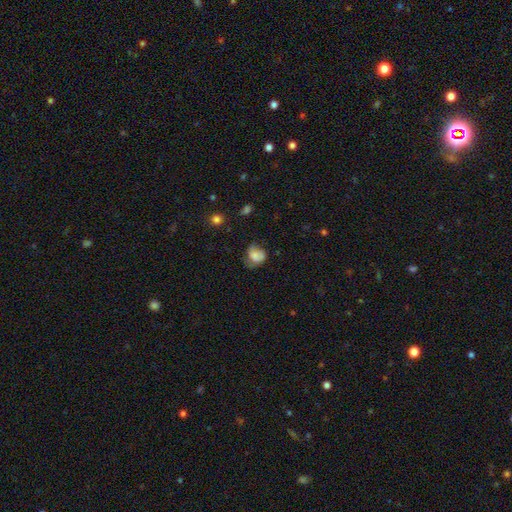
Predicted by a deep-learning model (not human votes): smooth 75%, featured or disk 16%, star or artifact 9%. Down the decision tree: how rounded — round (56%); merging — none (43%).